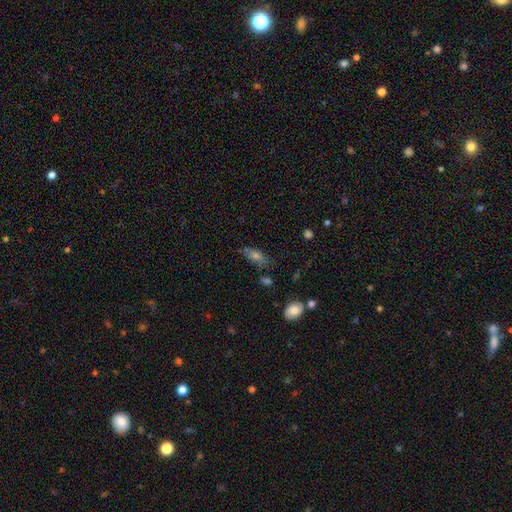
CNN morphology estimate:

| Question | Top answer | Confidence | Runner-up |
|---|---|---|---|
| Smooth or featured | smooth | 56% | featured or disk (27%) |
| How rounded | in between | 72% | cigar-shaped (20%) |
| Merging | none | 71% | minor disturbance (19%) |